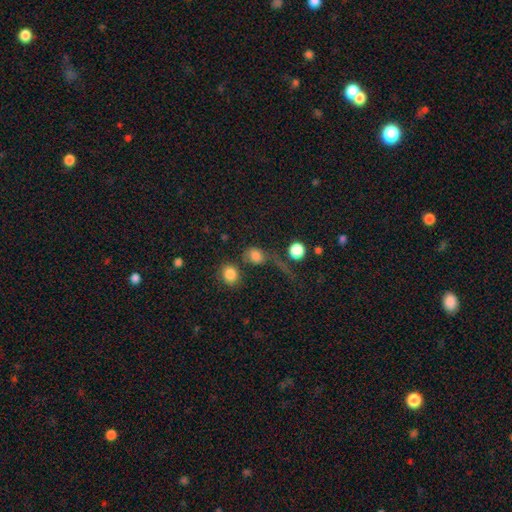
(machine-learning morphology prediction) A smooth galaxy with no disk features (76%) that is in between round and cigar-shaped (51%). Merging: none (46%).